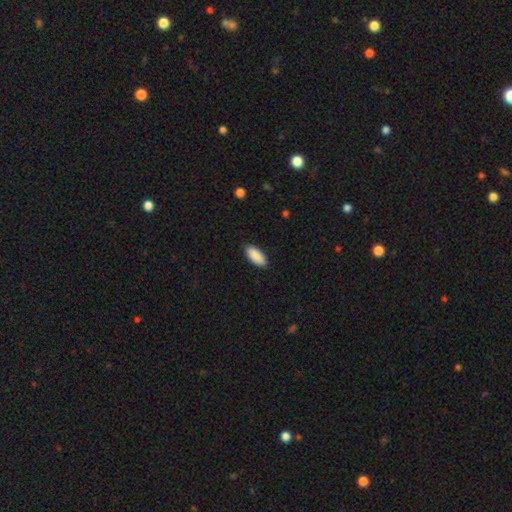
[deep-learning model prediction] smooth_or_featured: smooth (p=0.91) [alt: star or artifact p=0.06]
how_rounded: in between (p=0.86) [alt: cigar-shaped p=0.12]
merging: none (p=0.89) [alt: minor disturbance p=0.08]